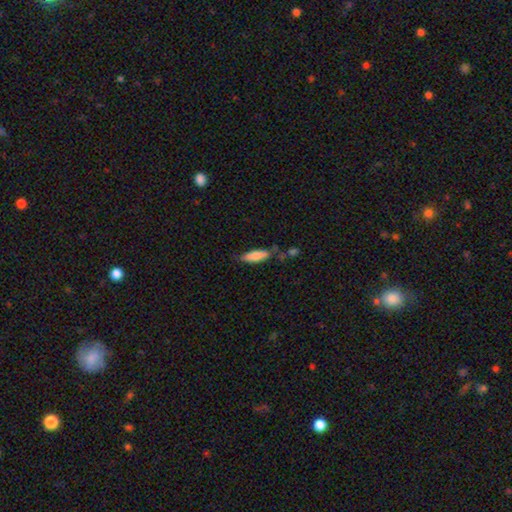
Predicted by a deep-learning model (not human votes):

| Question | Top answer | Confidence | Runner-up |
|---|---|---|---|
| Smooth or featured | smooth | 81% | featured or disk (13%) |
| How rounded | in between | 51% | cigar-shaped (47%) |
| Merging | none | 64% | minor disturbance (22%) |